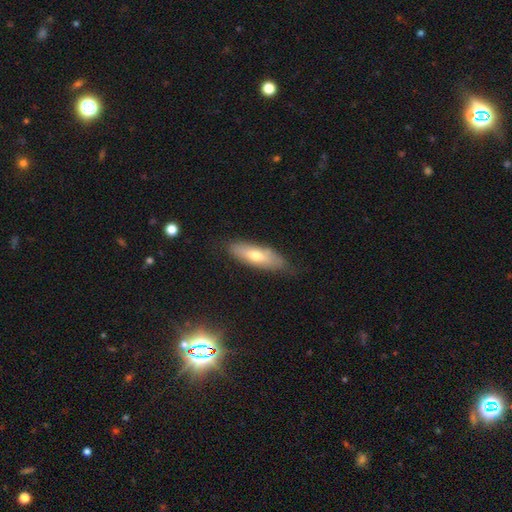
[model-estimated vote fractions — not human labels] smooth 58%, featured or disk 35%, star or artifact 8%. Down the decision tree: how rounded — in between (54%); merging — none (75%).